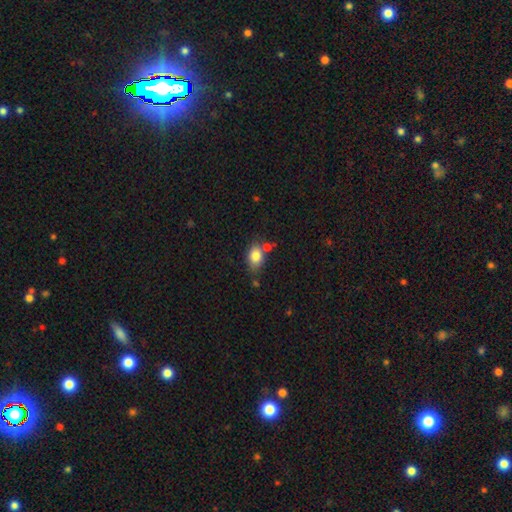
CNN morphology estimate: Smooth or featured?
  - smooth: 81% *
  - featured or disk: 10%
  - star or artifact: 9%
How rounded?
  - in between: 77% *
  - round: 21%
  - cigar-shaped: 2%
Merging?
  - none: 61% *
  - minor disturbance: 19%
  - merger: 15%
  - major disturbance: 5%